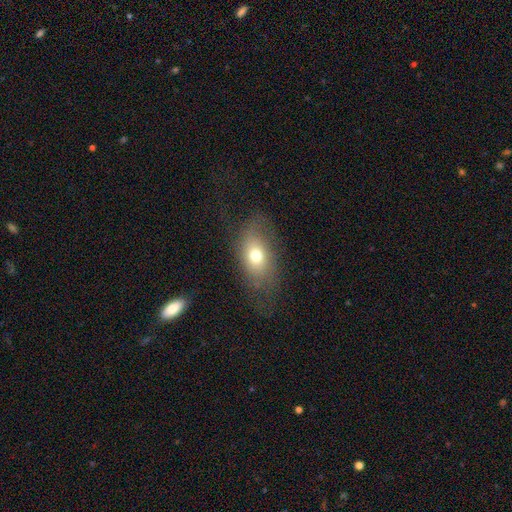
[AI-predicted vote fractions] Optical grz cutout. It shows a smooth galaxy with no disk features (67%) that is in between round and cigar-shaped (81%). Merging: none (62%).